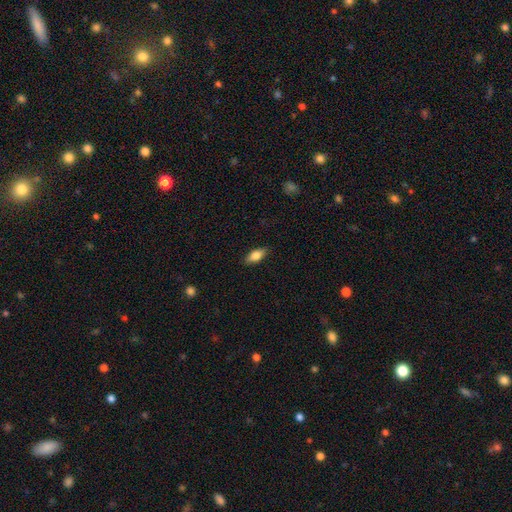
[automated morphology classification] Overall: smooth (78%). How rounded: in between (82%). Merging: none (87%).